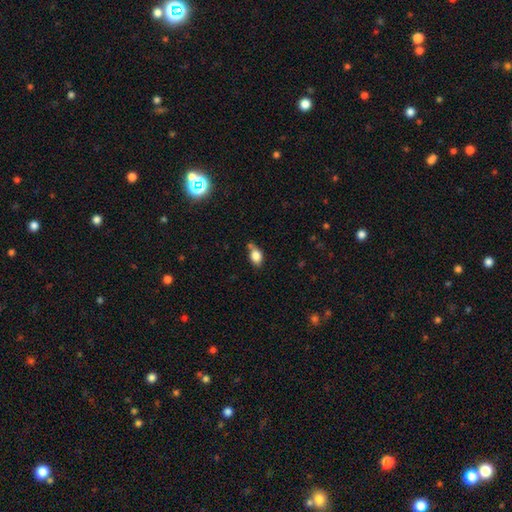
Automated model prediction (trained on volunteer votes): Smooth or featured?
  - smooth: 82% *
  - star or artifact: 9%
  - featured or disk: 8%
How rounded?
  - in between: 81% *
  - round: 16%
  - cigar-shaped: 2%
Merging?
  - none: 57% *
  - minor disturbance: 23%
  - merger: 14%
  - major disturbance: 6%